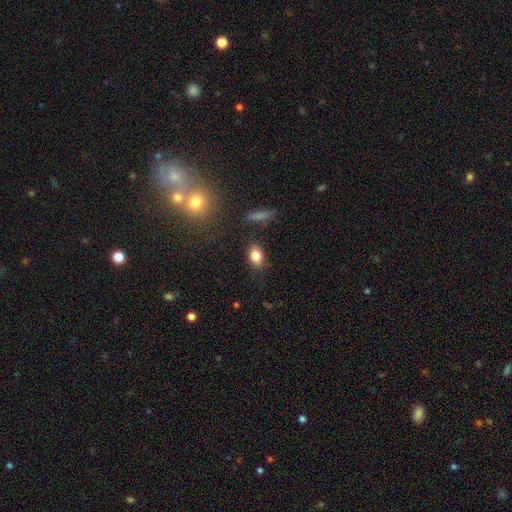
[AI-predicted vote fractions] This appears to be a smooth galaxy with no disk features (83%) that is in between round and cigar-shaped (81%). Merging: none (83%).